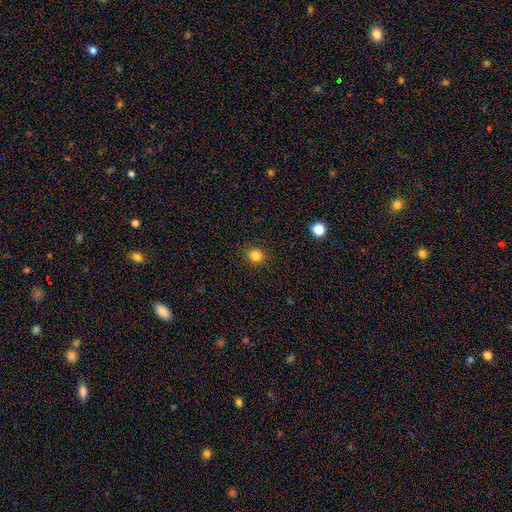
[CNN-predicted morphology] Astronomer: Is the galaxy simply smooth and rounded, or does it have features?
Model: smooth — 83%.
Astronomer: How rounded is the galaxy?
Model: round — 85%.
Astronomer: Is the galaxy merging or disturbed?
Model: none — 91%.